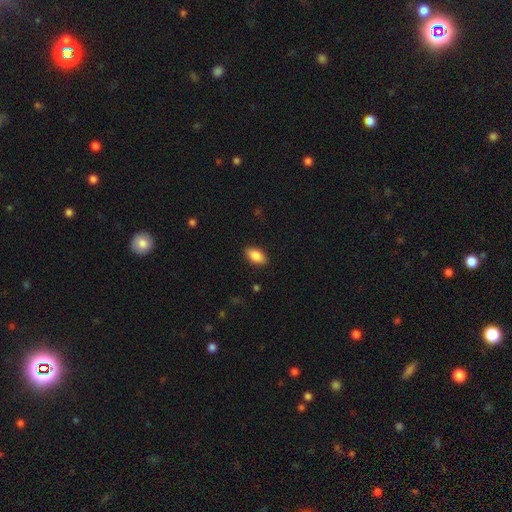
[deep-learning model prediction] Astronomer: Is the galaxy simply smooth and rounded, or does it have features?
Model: smooth — 87%.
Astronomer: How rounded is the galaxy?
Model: in between — 93%.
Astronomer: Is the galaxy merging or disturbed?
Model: none — 88%.